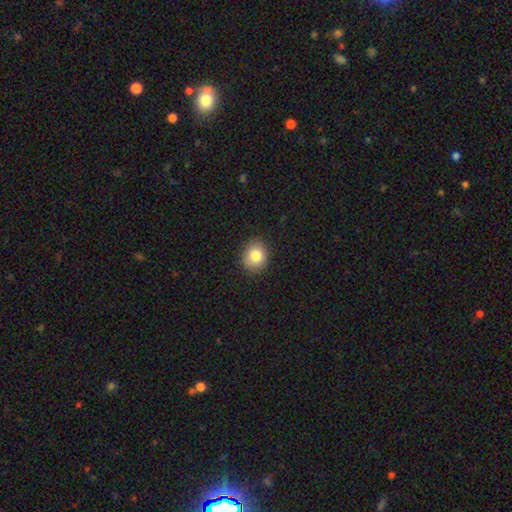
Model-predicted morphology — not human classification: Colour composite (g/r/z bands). It shows a smooth galaxy with no disk features (82%) that is round (67%). Merging: none (89%).